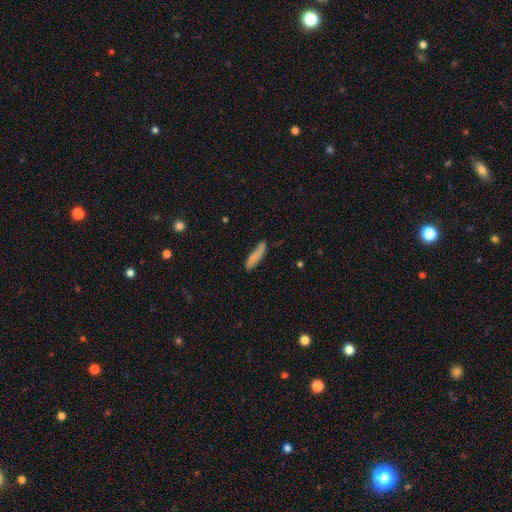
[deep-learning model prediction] Morphology: type=smooth (76%); roundness=cigar-shaped (79%); merging=none (68%).